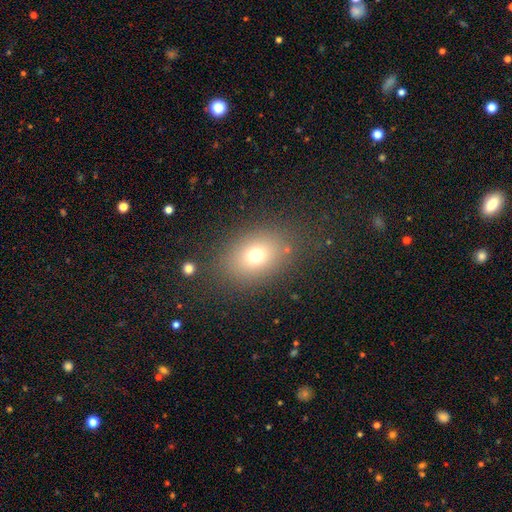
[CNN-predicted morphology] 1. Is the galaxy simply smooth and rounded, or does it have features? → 71% smooth, 16% star or artifact, 13% featured or disk.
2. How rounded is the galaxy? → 65% in between, 34% round, 1% cigar-shaped.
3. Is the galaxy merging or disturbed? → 80% none, 11% minor disturbance, 6% major disturbance, 3% merger.